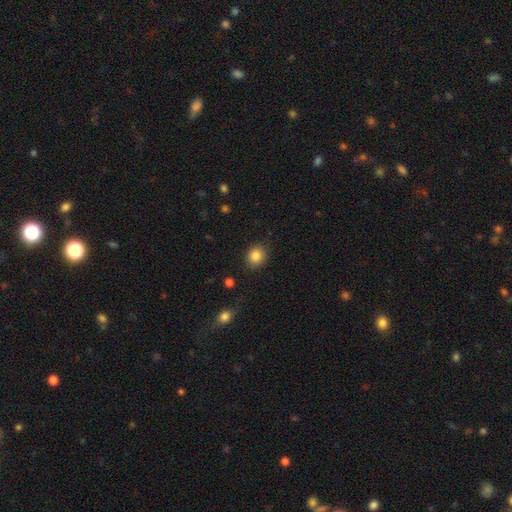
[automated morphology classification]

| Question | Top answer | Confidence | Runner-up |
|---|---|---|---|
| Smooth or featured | smooth | 85% | star or artifact (10%) |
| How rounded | round | 74% | in between (25%) |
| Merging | none | 86% | minor disturbance (10%) |